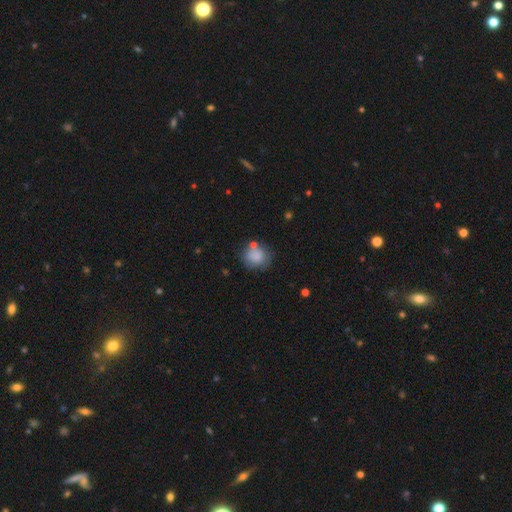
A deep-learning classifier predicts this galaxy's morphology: type=smooth (83%); roundness=round (79%); merging=none (66%).